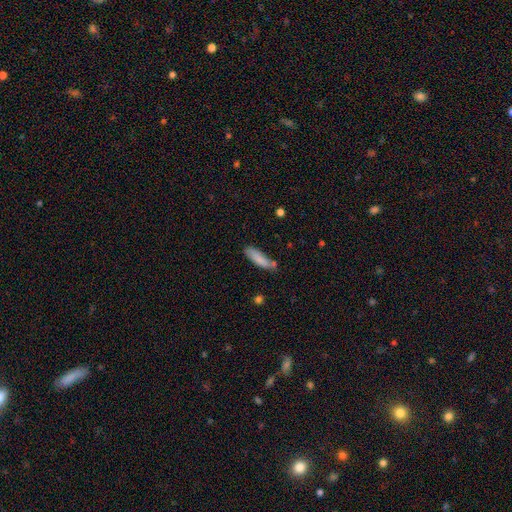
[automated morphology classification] A smooth galaxy with no disk features (80%) that is cigar-shaped (73%). Merging: none (74%).